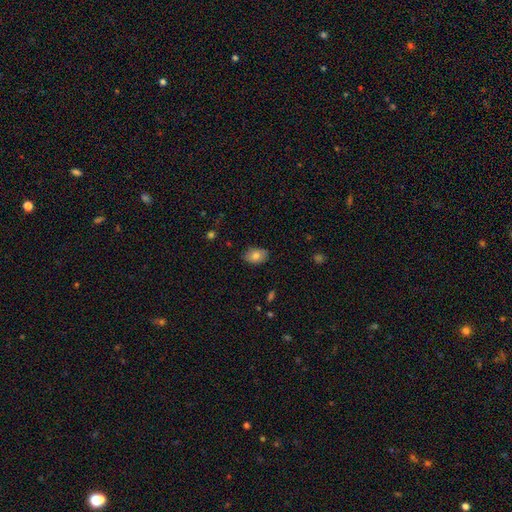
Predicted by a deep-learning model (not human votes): This appears to be a smooth galaxy with no disk features (80%) that is in between round and cigar-shaped (85%). Merging: none (83%).